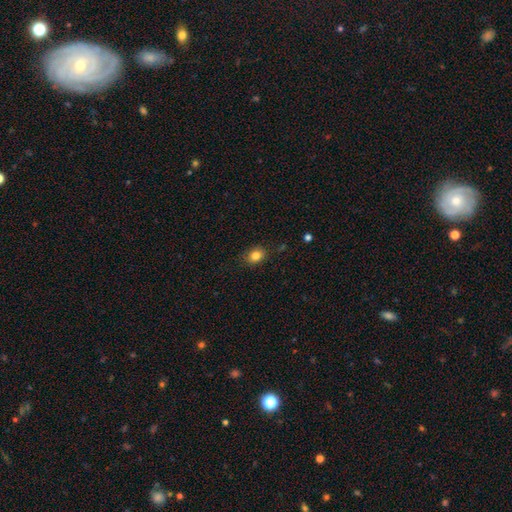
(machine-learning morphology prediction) smooth-or-featured: smooth: 83% | star or artifact: 11% | featured or disk: 6%
  how-rounded: in between: 52% | round: 47% | cigar-shaped: 1%
  merging: none: 85% | minor disturbance: 12% | major disturbance: 3% | merger: 1%